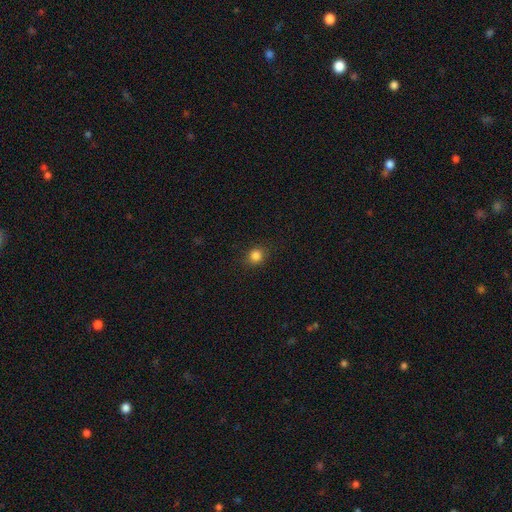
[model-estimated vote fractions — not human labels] Smooth or featured? Predicted: smooth (p=0.84). How rounded? Predicted: round (p=0.84). Merging? Predicted: none (p=0.89).